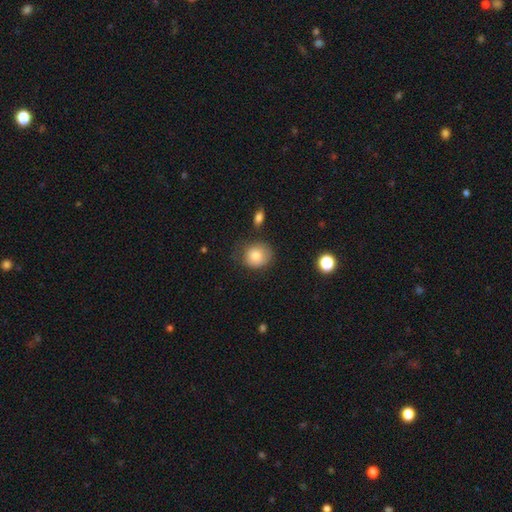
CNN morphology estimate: smooth 80%, featured or disk 11%, star or artifact 9%. Down the decision tree: how rounded — round (75%); merging — none (65%).